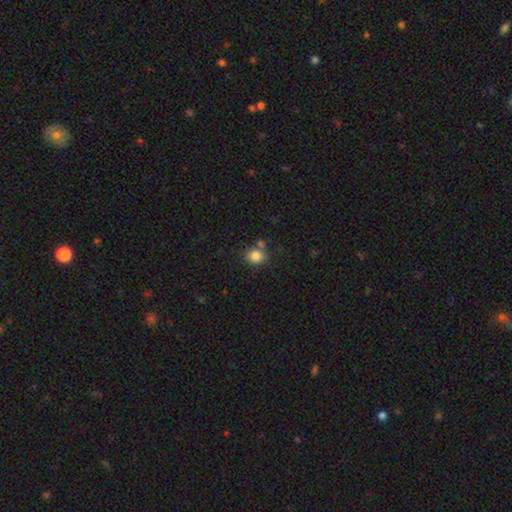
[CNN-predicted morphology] smooth-or-featured: smooth: 84% | star or artifact: 11% | featured or disk: 6%
  how-rounded: round: 76% | in between: 23% | cigar-shaped: 1%
  merging: none: 69% | merger: 15% | minor disturbance: 12% | major disturbance: 4%